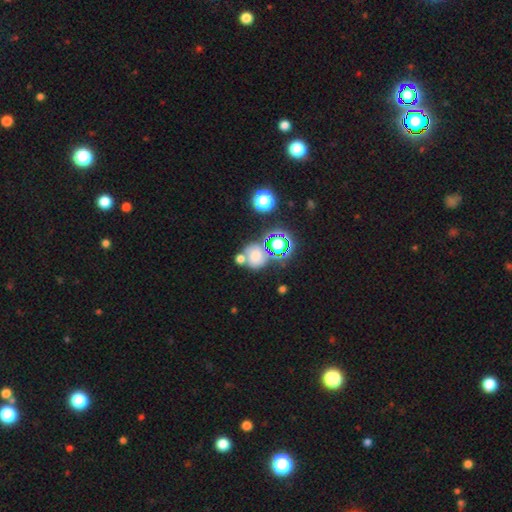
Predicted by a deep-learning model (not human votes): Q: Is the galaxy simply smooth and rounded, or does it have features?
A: smooth — 57%.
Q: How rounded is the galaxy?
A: round — 72%.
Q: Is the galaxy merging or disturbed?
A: none — 45%.